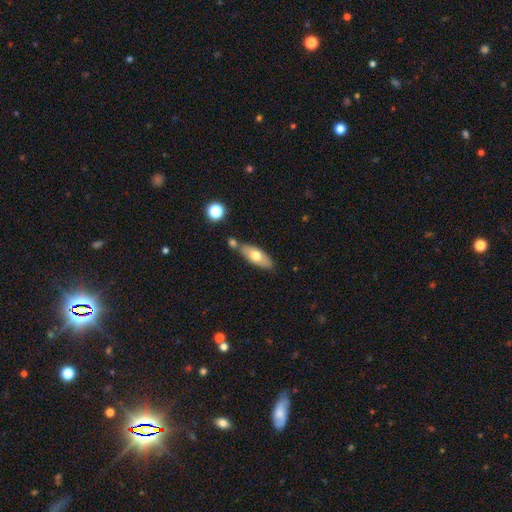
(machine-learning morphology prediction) The model was most divided on "smooth or featured": smooth: 65%, featured or disk: 29%, star or artifact: 6%. More confident: how rounded — in between (76%); merging — none (64%).